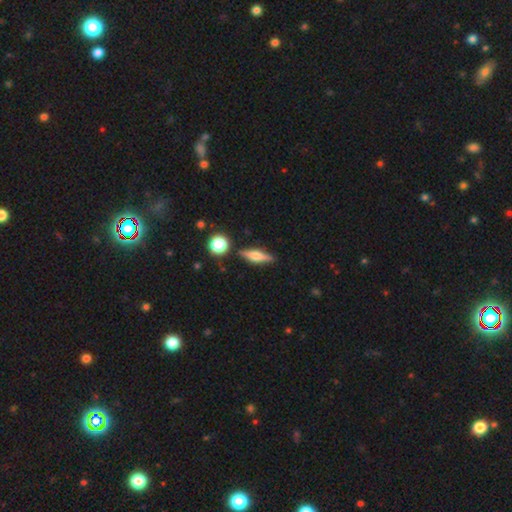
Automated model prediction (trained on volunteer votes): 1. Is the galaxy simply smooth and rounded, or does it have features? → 48% featured or disk, 43% smooth, 9% star or artifact.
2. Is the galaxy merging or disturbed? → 84% none, 10% minor disturbance, 4% merger, 2% major disturbance.